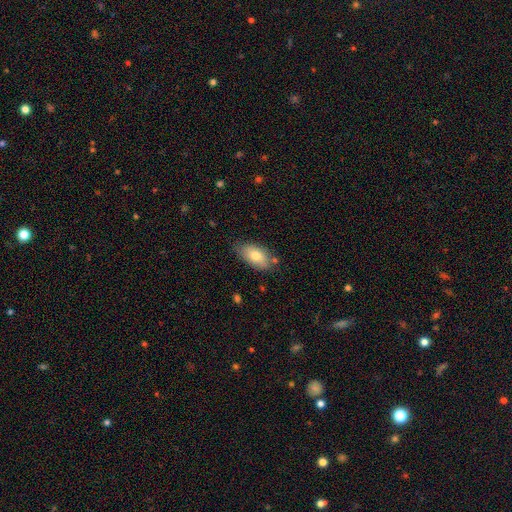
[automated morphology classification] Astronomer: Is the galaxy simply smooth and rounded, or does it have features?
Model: smooth — 76%.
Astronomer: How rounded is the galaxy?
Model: in between — 92%.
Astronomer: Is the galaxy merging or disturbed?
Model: none — 74%.